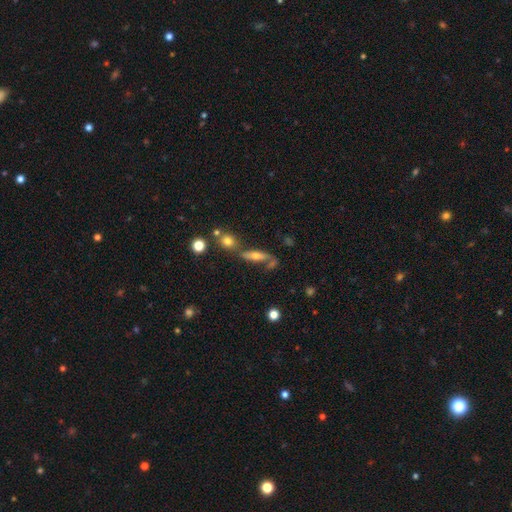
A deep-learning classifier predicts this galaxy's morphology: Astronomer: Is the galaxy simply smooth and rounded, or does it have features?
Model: featured or disk — 45% (runner-up: smooth, 44%).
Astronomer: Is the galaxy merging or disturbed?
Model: none — 52%.